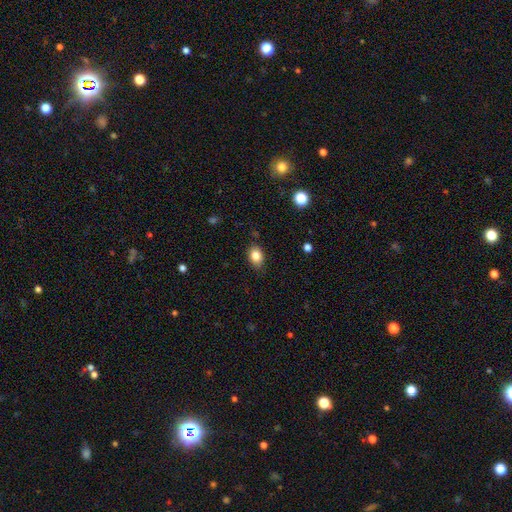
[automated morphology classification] Smooth or featured?
  - smooth: 84% *
  - star or artifact: 9%
  - featured or disk: 7%
How rounded?
  - in between: 76% *
  - round: 23%
  - cigar-shaped: 1%
Merging?
  - none: 82% *
  - minor disturbance: 14%
  - major disturbance: 3%
  - merger: 1%